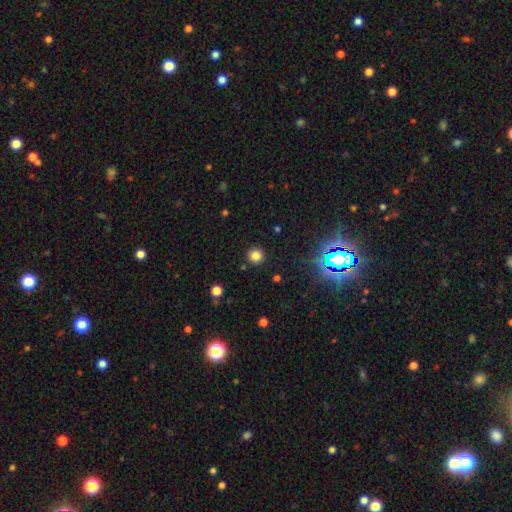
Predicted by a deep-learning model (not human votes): This appears to be a smooth galaxy with no disk features (80%) that is round (95%). Merging: none (91%).